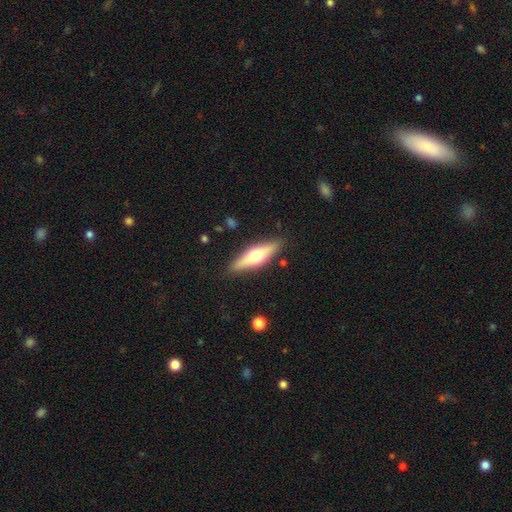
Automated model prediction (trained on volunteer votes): The model was most divided on "smooth or featured": featured or disk: 57%, smooth: 38%, star or artifact: 6%. More confident: edge-on bulge — rounded (94%); edge-on disk — yes (93%); merging — none (87%).